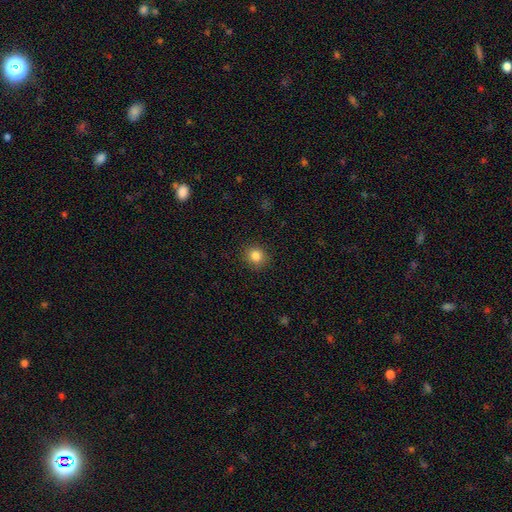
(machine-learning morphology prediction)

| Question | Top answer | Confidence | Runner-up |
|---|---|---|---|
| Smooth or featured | smooth | 84% | star or artifact (11%) |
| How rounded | round | 84% | in between (16%) |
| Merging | none | 90% | minor disturbance (7%) |